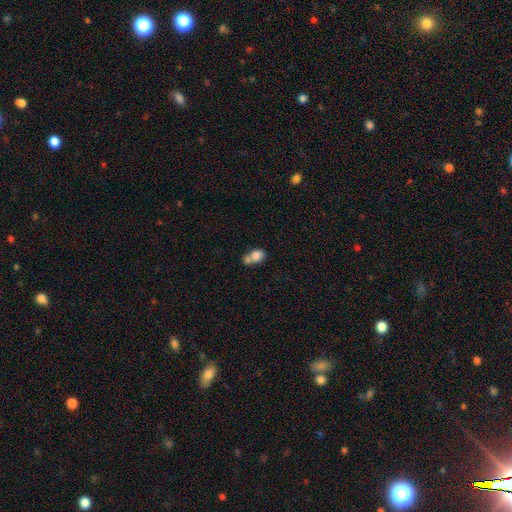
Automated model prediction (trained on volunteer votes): A smooth galaxy with no disk features (79%) that is in between round and cigar-shaped (50%). Merging: merger (61%).